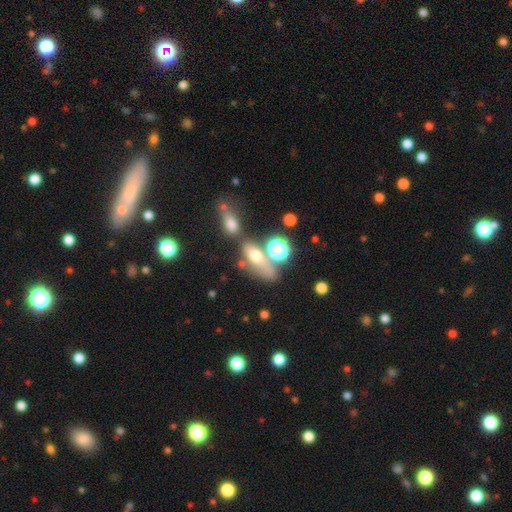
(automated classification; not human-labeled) A smooth galaxy with no disk features (58%) that is in between round and cigar-shaped (63%). Merging: none (45%).